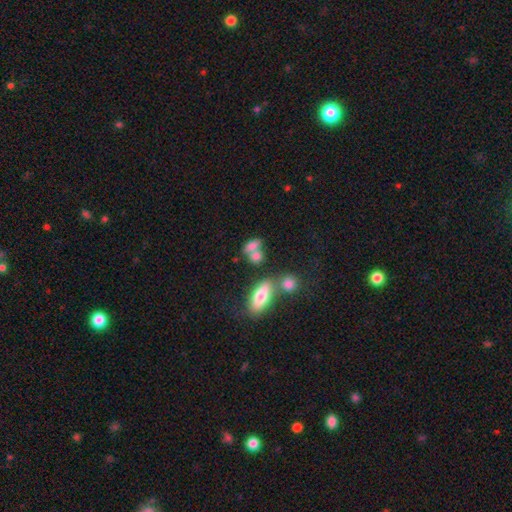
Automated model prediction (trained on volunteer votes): Overall: smooth (75%). How rounded: in between (66%). Merging: none (41%; merger 40%).